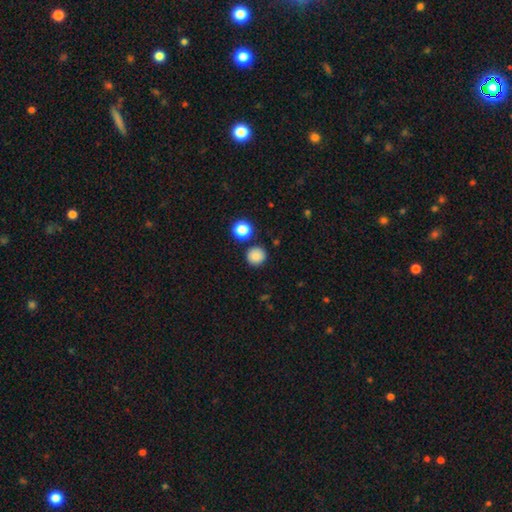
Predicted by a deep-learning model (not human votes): This appears to be a smooth galaxy with no disk features (85%) that is round (92%). Merging: none (85%).